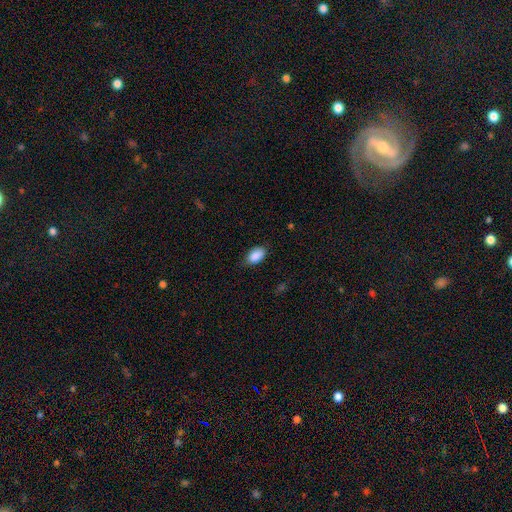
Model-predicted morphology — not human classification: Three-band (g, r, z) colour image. It shows a smooth galaxy with no disk features (89%) that is in between round and cigar-shaped (92%). Merging: none (74%).